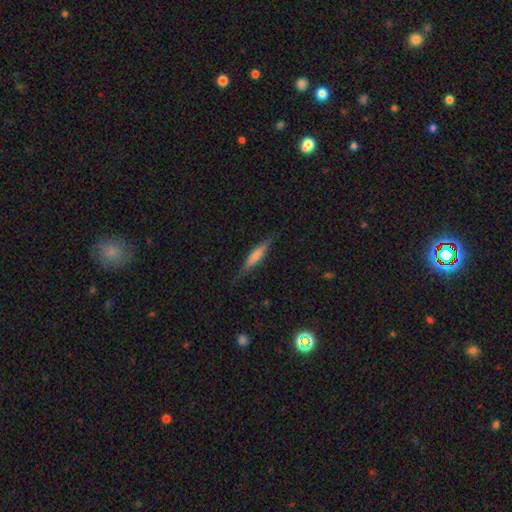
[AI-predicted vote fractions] smooth_or_featured: smooth (p=0.56) [alt: featured or disk p=0.38]
how_rounded: cigar-shaped (p=0.84) [alt: in between p=0.14]
merging: none (p=0.81) [alt: minor disturbance p=0.14]